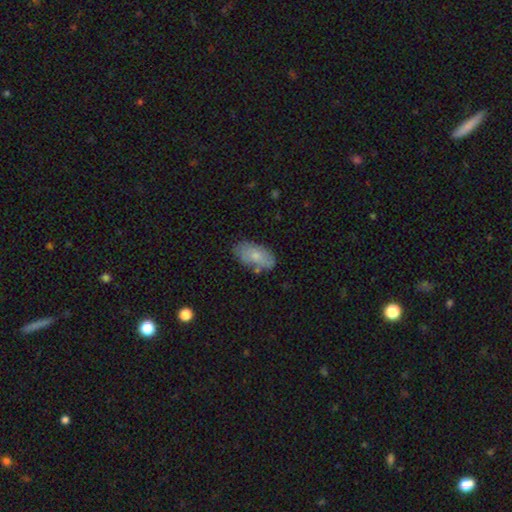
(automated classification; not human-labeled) Q: Smooth or featured?
A: smooth (73%); runner-up: featured or disk (21%)
Q: How rounded?
A: in between (93%); runner-up: round (4%)
Q: Merging?
A: none (72%); runner-up: minor disturbance (20%)